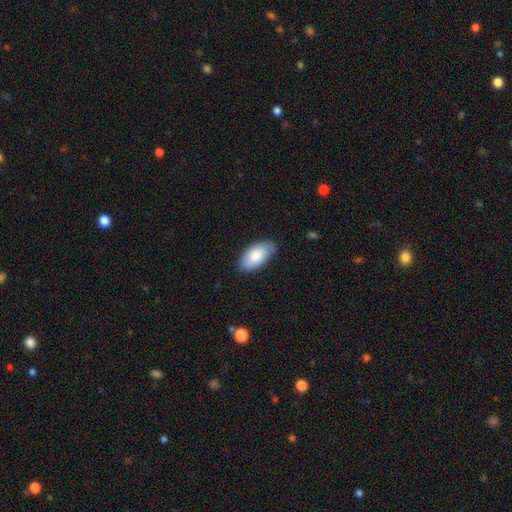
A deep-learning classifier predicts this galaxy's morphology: smooth-or-featured: smooth: 77% | featured or disk: 17% | star or artifact: 6%
  how-rounded: in between: 95% | round: 3% | cigar-shaped: 2%
  merging: none: 80% | minor disturbance: 16% | major disturbance: 3% | merger: 1%